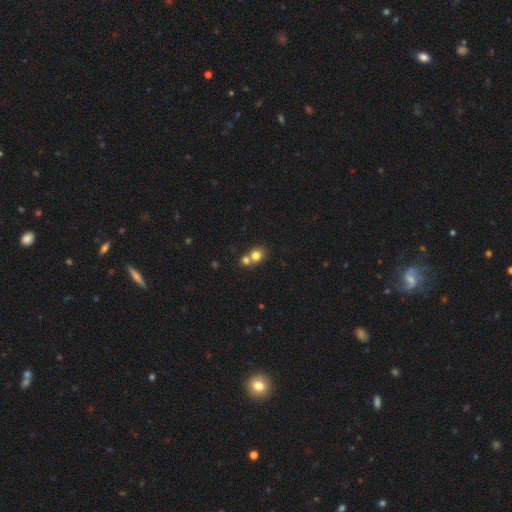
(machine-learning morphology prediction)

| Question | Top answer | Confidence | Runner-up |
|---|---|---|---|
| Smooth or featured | smooth | 78% | star or artifact (12%) |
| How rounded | round | 74% | in between (25%) |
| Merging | merger | 47% | none (43%) |